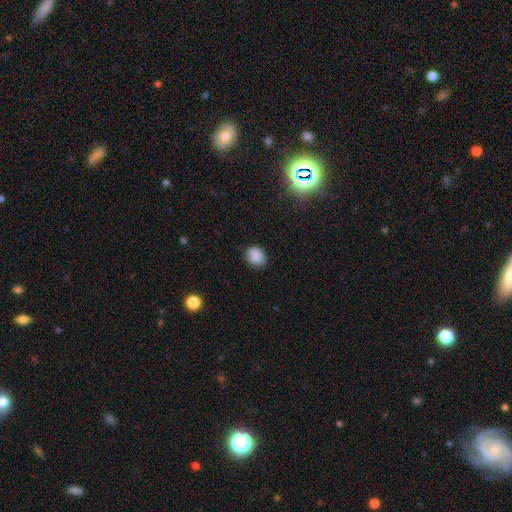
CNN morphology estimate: Smooth or featured: smooth — 87% (star or artifact — 10%)
How rounded: round — 55% (in between — 44%)
Merging: none — 86% (minor disturbance — 11%)